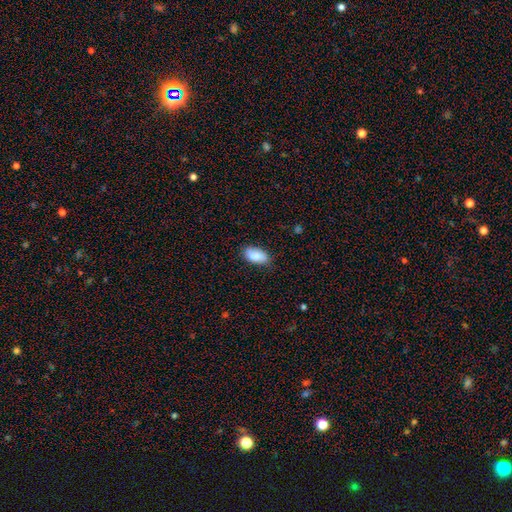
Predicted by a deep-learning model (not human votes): smooth-or-featured: smooth: 88% | star or artifact: 6% | featured or disk: 6%
  how-rounded: in between: 94% | round: 3% | cigar-shaped: 3%
  merging: none: 78% | minor disturbance: 17% | major disturbance: 3% | merger: 1%